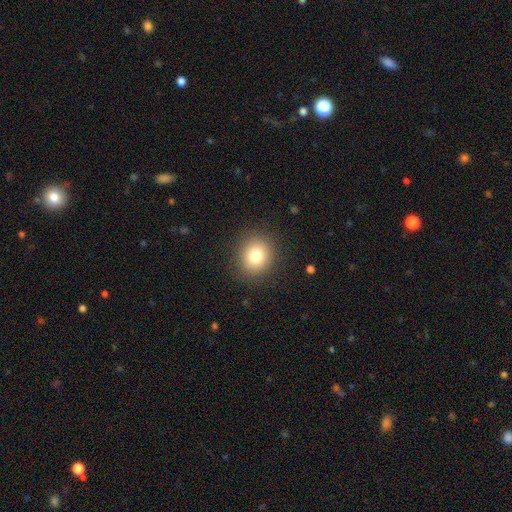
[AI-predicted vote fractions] smooth_or_featured: smooth (p=0.79) [alt: star or artifact p=0.11]
how_rounded: round (p=0.78) [alt: in between p=0.21]
merging: none (p=0.88) [alt: minor disturbance p=0.08]